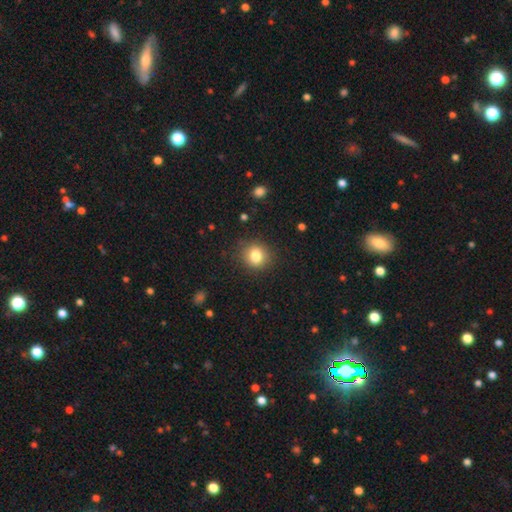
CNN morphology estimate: Smooth or featured? smooth (82%)
How rounded? round (81%)
Merging? none (87%)